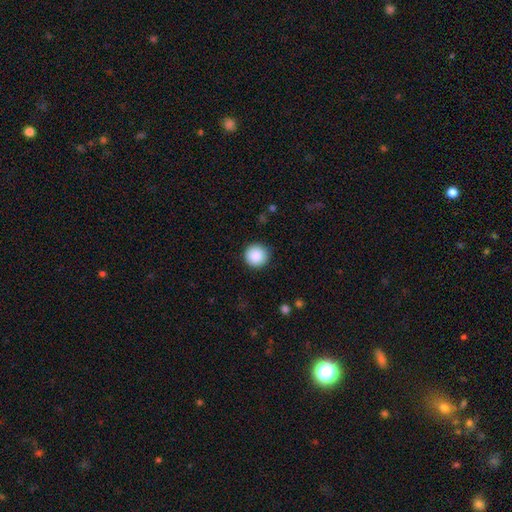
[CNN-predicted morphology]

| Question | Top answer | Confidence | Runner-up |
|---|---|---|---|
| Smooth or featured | smooth | 89% | star or artifact (8%) |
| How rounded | round | 96% | in between (3%) |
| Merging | none | 91% | minor disturbance (6%) |